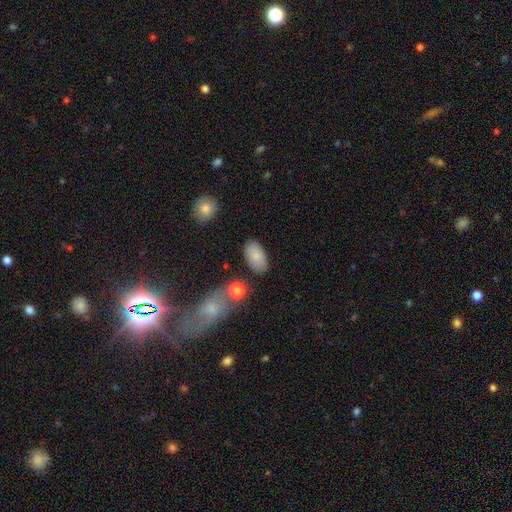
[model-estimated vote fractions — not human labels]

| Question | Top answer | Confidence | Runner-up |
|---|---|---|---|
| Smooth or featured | smooth | 84% | featured or disk (8%) |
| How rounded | in between | 94% | round (4%) |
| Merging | none | 80% | minor disturbance (12%) |